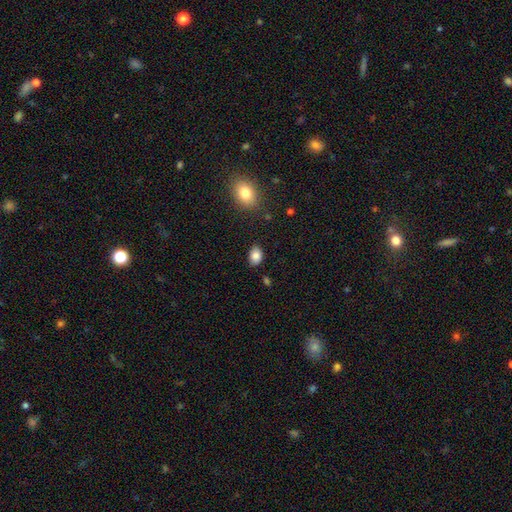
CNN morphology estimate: The model was most divided on "how rounded": in between: 79%, round: 20%, cigar-shaped: 1%. More confident: merging — none (85%); smooth or featured — smooth (84%).